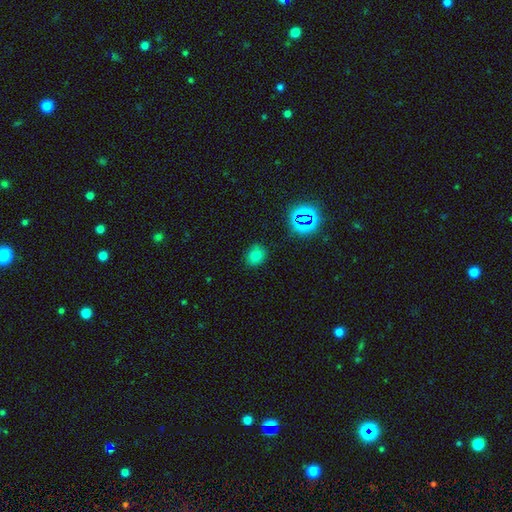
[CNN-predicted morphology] type=smooth (73%); roundness=round (69%); merging=none (85%).